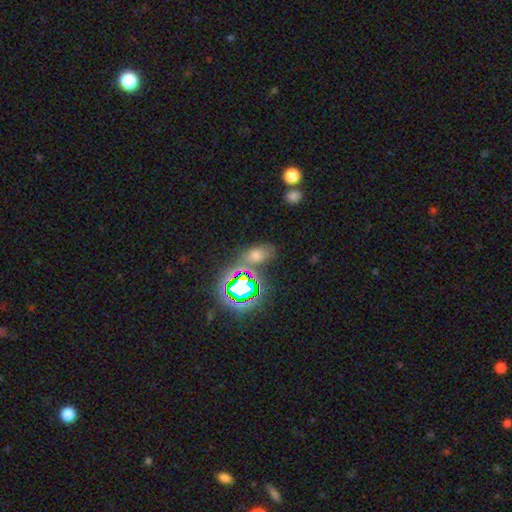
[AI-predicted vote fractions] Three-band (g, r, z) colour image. It shows a smooth galaxy with no disk features (47%). Merging: none (66%).